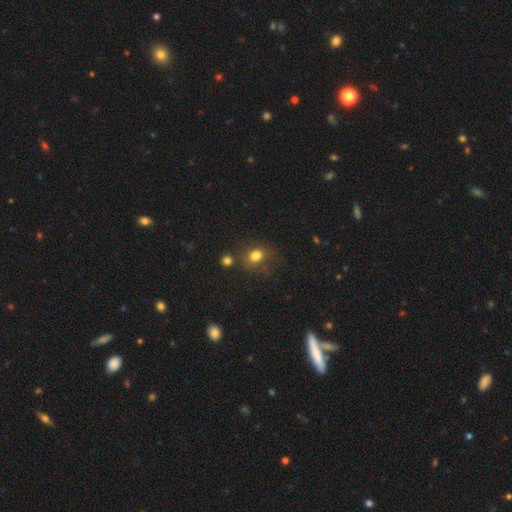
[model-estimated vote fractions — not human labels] Smooth or featured?
  - smooth: 77% *
  - star or artifact: 14%
  - featured or disk: 9%
How rounded?
  - round: 50% *
  - in between: 48%
  - cigar-shaped: 1%
Merging?
  - none: 61% *
  - minor disturbance: 18%
  - major disturbance: 10%
  - merger: 10%